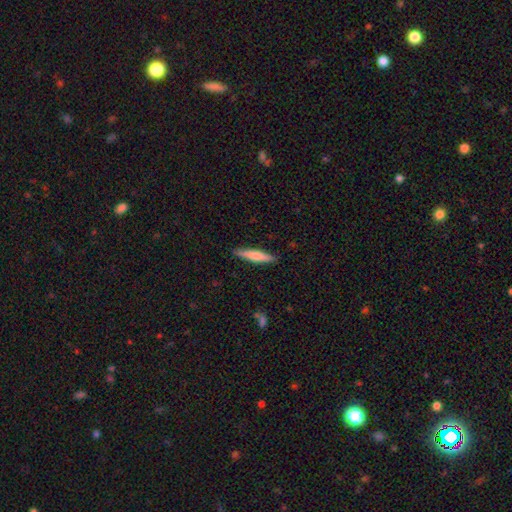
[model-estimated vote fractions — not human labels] smooth-or-featured: smooth: 63% | featured or disk: 32% | star or artifact: 6%
  how-rounded: cigar-shaped: 88% | in between: 10% | round: 1%
  merging: none: 89% | minor disturbance: 8% | major disturbance: 2% | merger: 1%